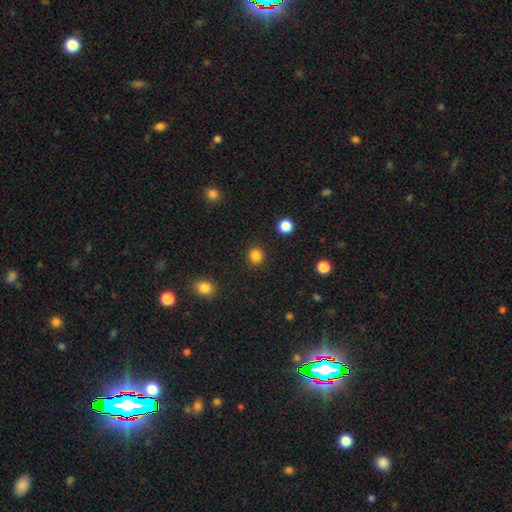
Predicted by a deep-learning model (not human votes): This is clearly a smooth galaxy (85%). How rounded: clearly round (92%). Merging: clearly none (92%).